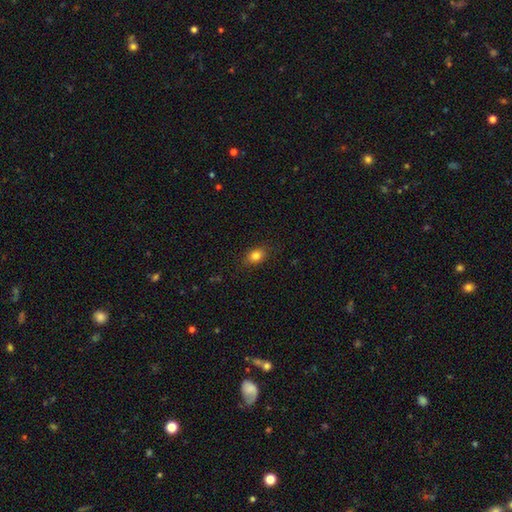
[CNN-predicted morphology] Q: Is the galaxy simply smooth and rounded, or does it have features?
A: smooth — 82%.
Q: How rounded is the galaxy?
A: in between — 66%.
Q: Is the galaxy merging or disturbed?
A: none — 85%.